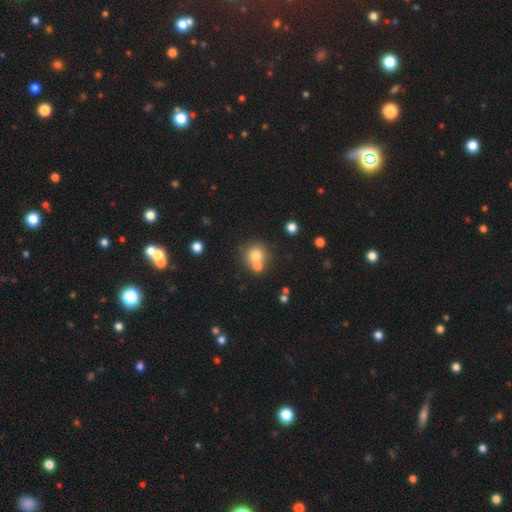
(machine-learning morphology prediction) smooth_or_featured: smooth (p=0.76) [alt: star or artifact p=0.12]
how_rounded: round (p=0.89) [alt: in between p=0.10]
merging: none (p=0.55) [alt: merger p=0.34]